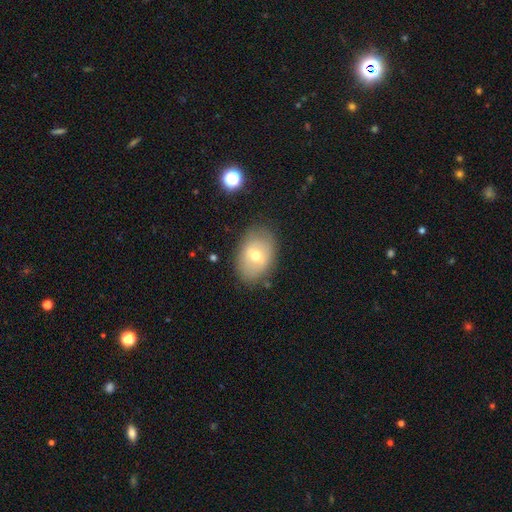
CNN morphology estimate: A smooth galaxy with no disk features (54%) that is in between round and cigar-shaped (78%).

Vote fractions:
- Smooth or featured? smooth: 54% / featured or disk: 38% / star or artifact: 9%
- How rounded? in between: 78% / round: 21% / cigar-shaped: 1%
- Merging? none: 80% / minor disturbance: 14% / major disturbance: 4% / merger: 2%